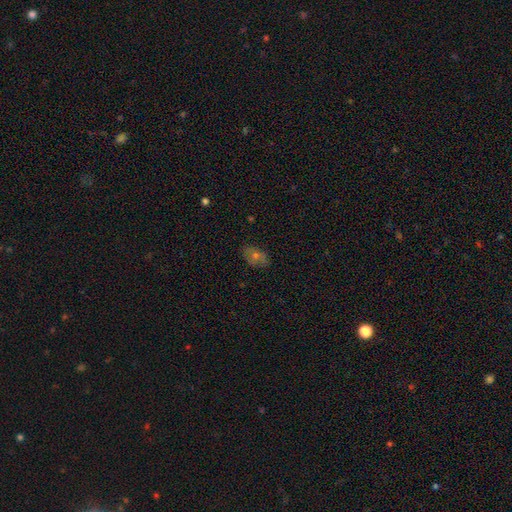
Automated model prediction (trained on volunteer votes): smooth_or_featured: smooth (p=0.46) [alt: featured or disk p=0.35]
merging: none (p=0.74) [alt: minor disturbance p=0.18]